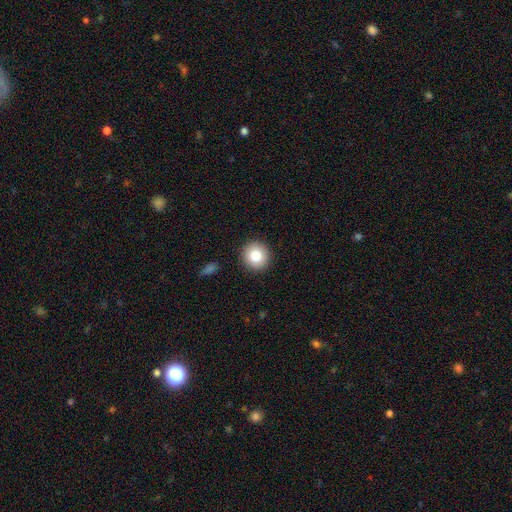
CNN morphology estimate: smooth 82%, featured or disk 9%, star or artifact 9%. Down the decision tree: how rounded — round (92%); merging — none (92%).